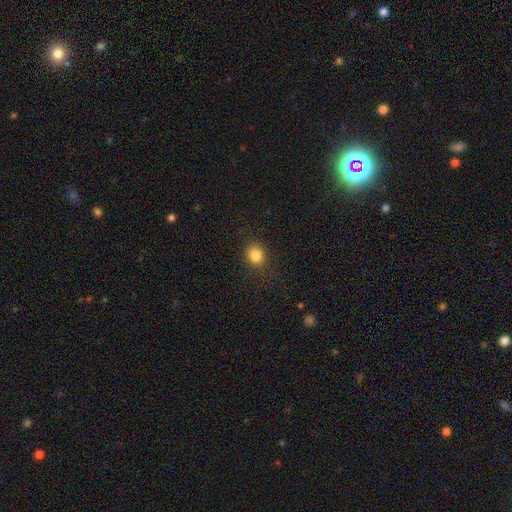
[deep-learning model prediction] smooth_or_featured: smooth (p=0.83) [alt: star or artifact p=0.11]
how_rounded: round (p=0.71) [alt: in between p=0.28]
merging: none (p=0.83) [alt: minor disturbance p=0.12]